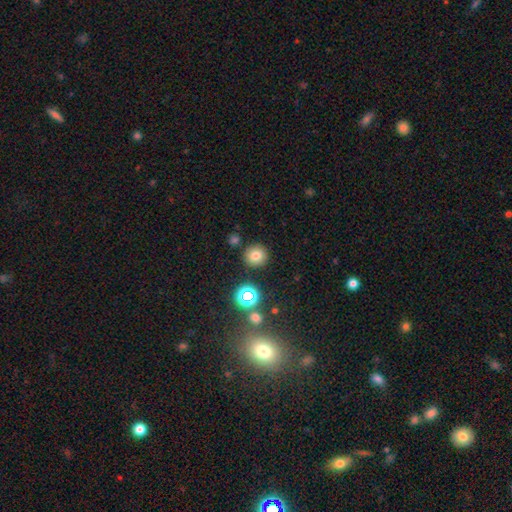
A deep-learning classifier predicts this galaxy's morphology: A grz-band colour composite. It shows a smooth galaxy with no disk features (76%) that is round (93%). Merging: none (87%).